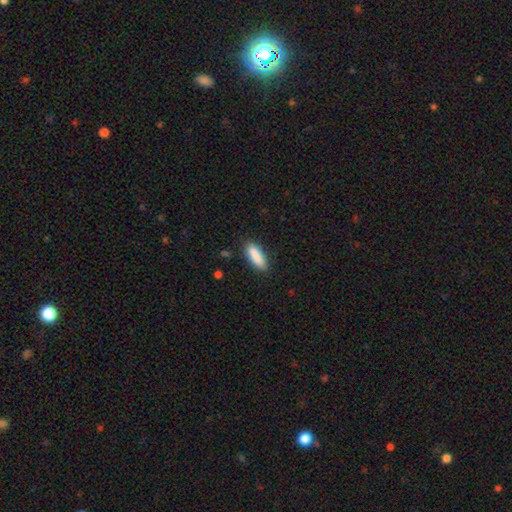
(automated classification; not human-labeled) This appears to be a smooth galaxy with no disk features (88%) that is in between round and cigar-shaped (58%). Merging: none (84%).